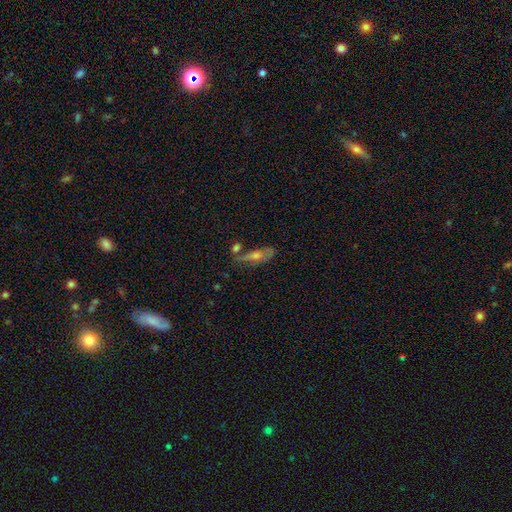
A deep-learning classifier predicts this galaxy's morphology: A featured or disk galaxy (55%) viewed edge-on (50%, tied with no).

Vote fractions:
- Smooth or featured? featured or disk: 55% / smooth: 34% / star or artifact: 12%
- Edge-on disk? yes: 50% (tied) / no: 50% (tied)
- Merging? none: 52% / minor disturbance: 21% / merger: 15% / major disturbance: 12%